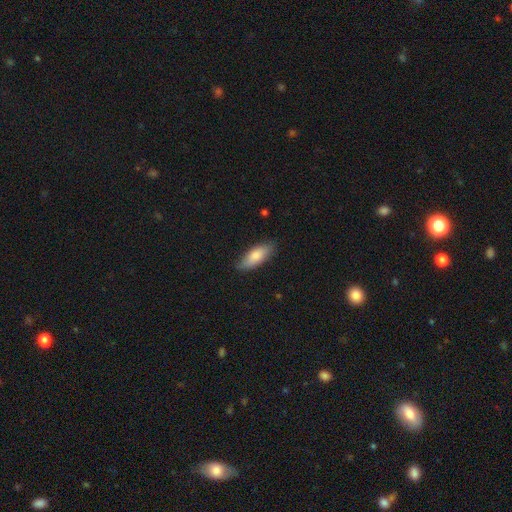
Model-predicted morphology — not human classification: smooth_or_featured: smooth (p=0.80) [alt: featured or disk p=0.15]
how_rounded: in between (p=0.74) [alt: cigar-shaped p=0.24]
merging: none (p=0.80) [alt: minor disturbance p=0.17]